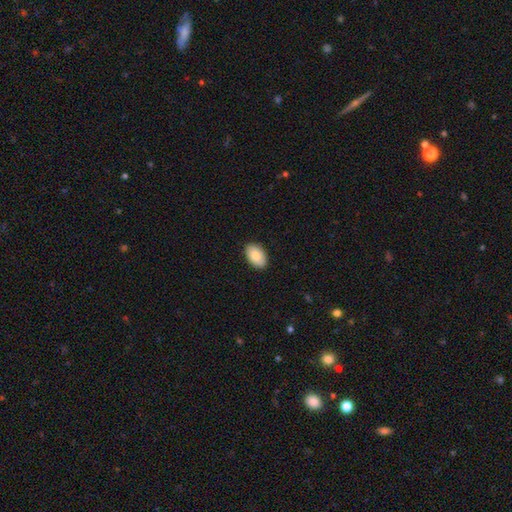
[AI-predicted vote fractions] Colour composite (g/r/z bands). It shows a smooth galaxy with no disk features (86%) that is in between round and cigar-shaped (93%). Merging: none (88%).